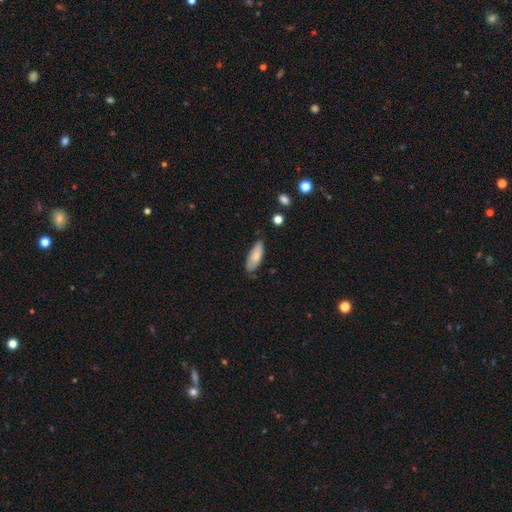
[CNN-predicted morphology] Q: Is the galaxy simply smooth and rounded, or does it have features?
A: smooth — 77%.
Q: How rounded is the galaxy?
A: in between — 77%.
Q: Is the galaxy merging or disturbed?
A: none — 67%.